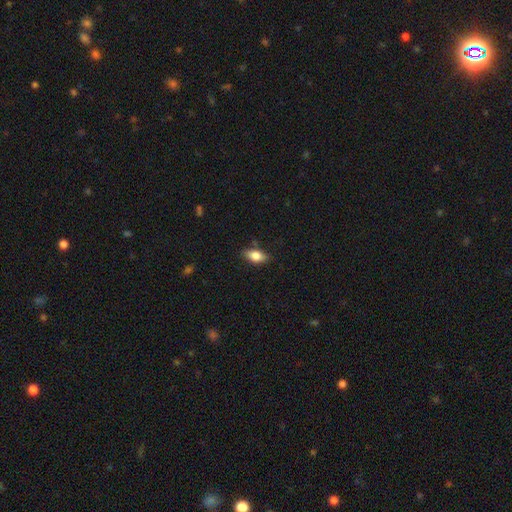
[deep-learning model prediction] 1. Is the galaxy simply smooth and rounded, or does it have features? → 78% smooth, 15% featured or disk, 8% star or artifact.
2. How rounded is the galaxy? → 86% in between, 9% cigar-shaped, 5% round.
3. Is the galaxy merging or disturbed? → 80% none, 15% minor disturbance, 3% major disturbance, 2% merger.